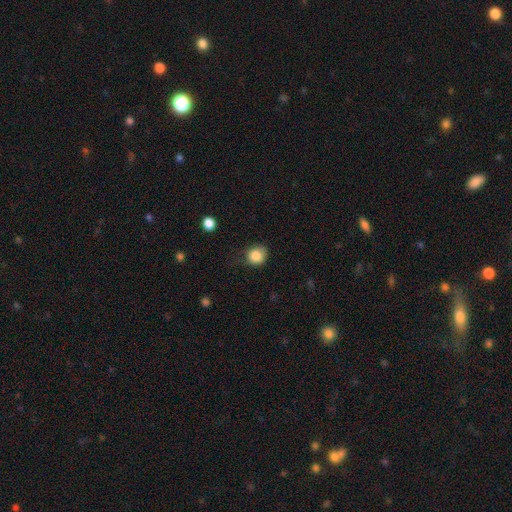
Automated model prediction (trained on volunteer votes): Morphology: type=smooth (85%); roundness=round (83%); merging=none (67%).